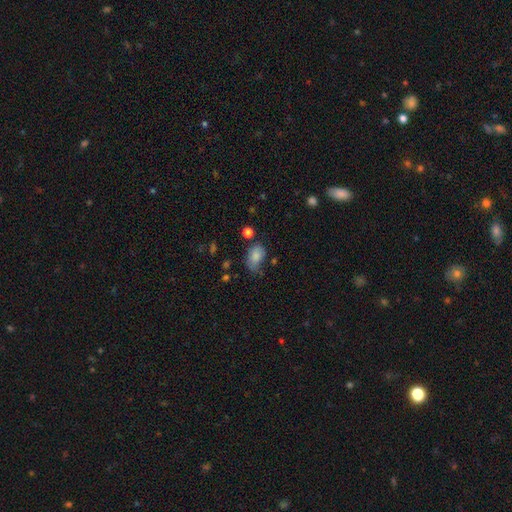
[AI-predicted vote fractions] Q: Smooth or featured?
A: smooth (79%); runner-up: featured or disk (12%)
Q: How rounded?
A: in between (85%); runner-up: round (13%)
Q: Merging?
A: none (43%); runner-up: minor disturbance (38%)